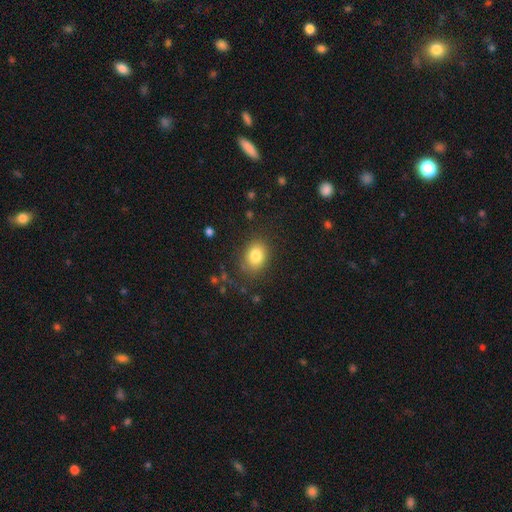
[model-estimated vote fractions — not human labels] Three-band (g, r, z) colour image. It shows a smooth galaxy with no disk features (82%) that is in between round and cigar-shaped (60%). Merging: none (81%).